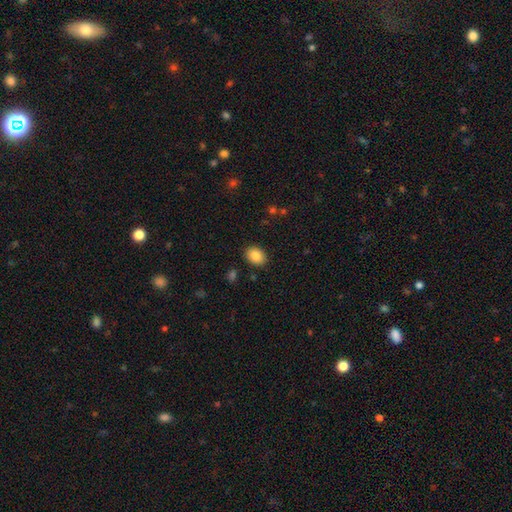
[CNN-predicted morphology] Smooth or featured?
  - smooth: 87% *
  - star or artifact: 8%
  - featured or disk: 5%
How rounded?
  - in between: 66% *
  - round: 33%
  - cigar-shaped: 1%
Merging?
  - none: 88% *
  - minor disturbance: 8%
  - major disturbance: 2%
  - merger: 1%